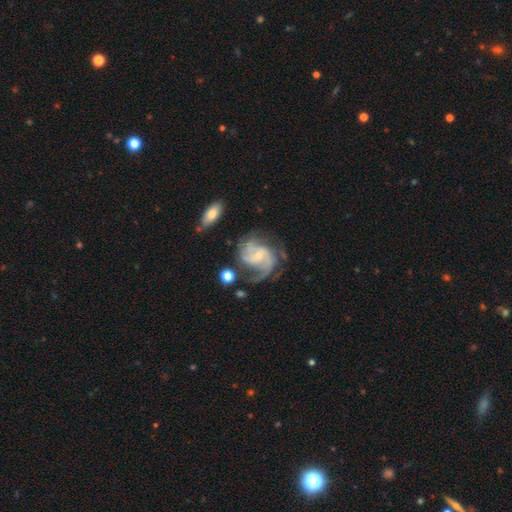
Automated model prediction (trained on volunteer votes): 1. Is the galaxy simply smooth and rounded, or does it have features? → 88% featured or disk, 6% smooth, 5% star or artifact.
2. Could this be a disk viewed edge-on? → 98% no, 2% yes.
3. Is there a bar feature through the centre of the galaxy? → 52% no, 38% weak, 10% strong.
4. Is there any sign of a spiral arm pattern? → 97% yes, 3% no.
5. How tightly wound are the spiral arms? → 49% medium, 31% tight, 20% loose.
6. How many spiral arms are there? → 37% 2, 28% 3, 16% can't tell, 8% 4, 6% 1, 5% more than 4.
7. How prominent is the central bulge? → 71% small, 22% moderate, 4% none, 2% large, 1% dominant.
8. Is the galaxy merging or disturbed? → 57% none, 20% minor disturbance, 18% major disturbance, 4% merger.